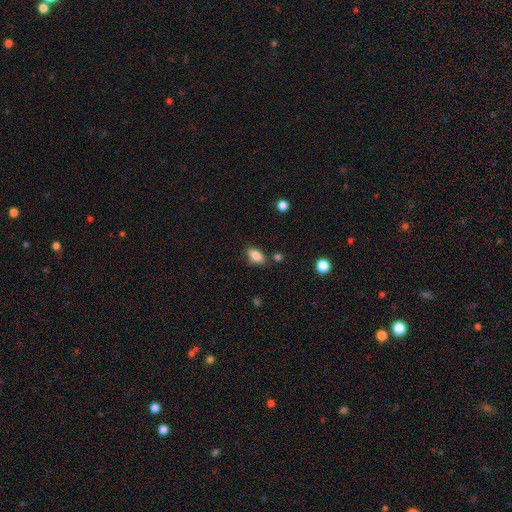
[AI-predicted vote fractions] Overall: smooth (85%). How rounded: in between (89%). Merging: none (74%).